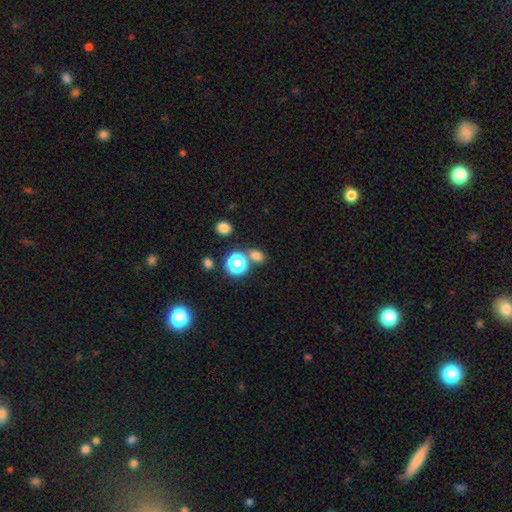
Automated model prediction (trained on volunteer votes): Smooth or featured: smooth — 72% (star or artifact — 22%)
How rounded: round — 56% (in between — 42%)
Merging: none — 70% (merger — 18%)